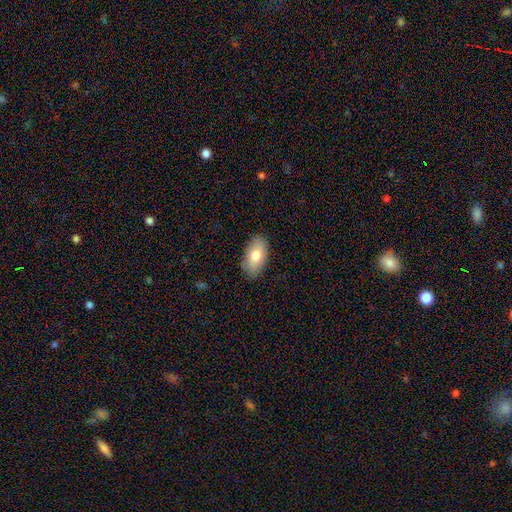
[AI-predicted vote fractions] This is likely a smooth galaxy (77%). How rounded: clearly in between (93%). Merging: clearly none (87%).